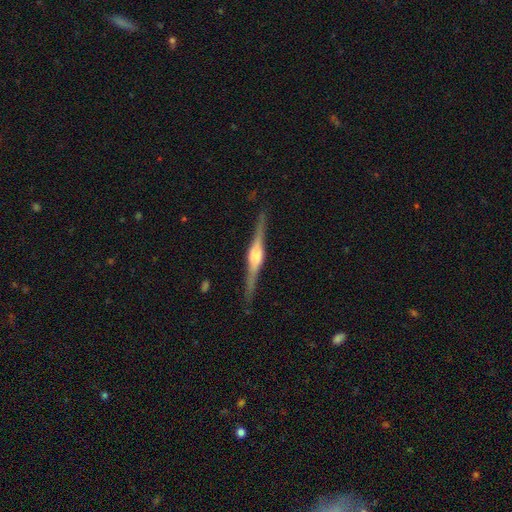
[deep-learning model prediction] featured or disk 83%, smooth 11%, star or artifact 5%. Down the decision tree: edge-on disk — yes (98%); edge-on bulge — rounded (81%); merging — none (88%).